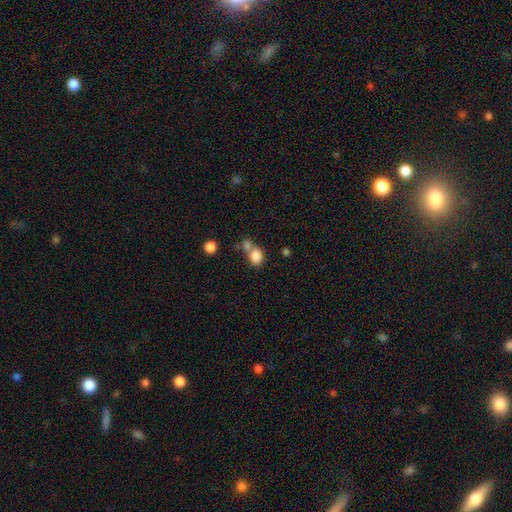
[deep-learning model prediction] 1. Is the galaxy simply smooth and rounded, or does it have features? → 82% smooth, 10% star or artifact, 8% featured or disk.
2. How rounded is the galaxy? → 61% in between, 38% round, 1% cigar-shaped.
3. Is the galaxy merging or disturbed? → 43% merger, 40% none, 11% minor disturbance, 5% major disturbance.